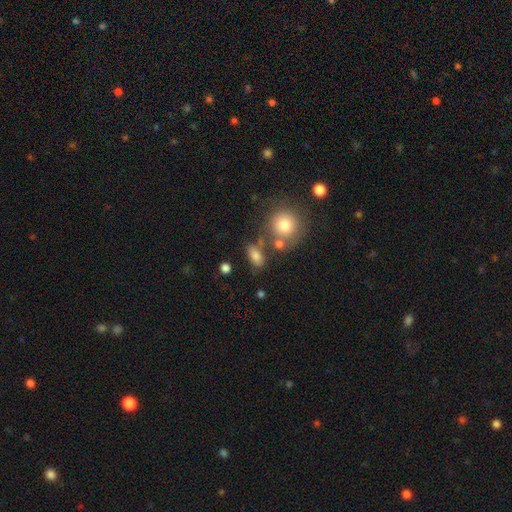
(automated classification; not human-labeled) The model was most divided on "merging": none: 62%, minor disturbance: 16%, merger: 15%, major disturbance: 7%. More confident: how rounded — in between (79%); smooth or featured — smooth (77%).